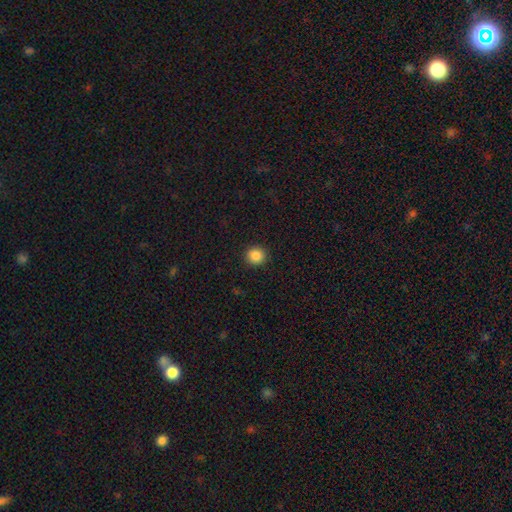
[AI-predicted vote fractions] Smooth or featured: smooth — 87% (star or artifact — 10%)
How rounded: round — 91% (in between — 8%)
Merging: none — 92% (minor disturbance — 5%)